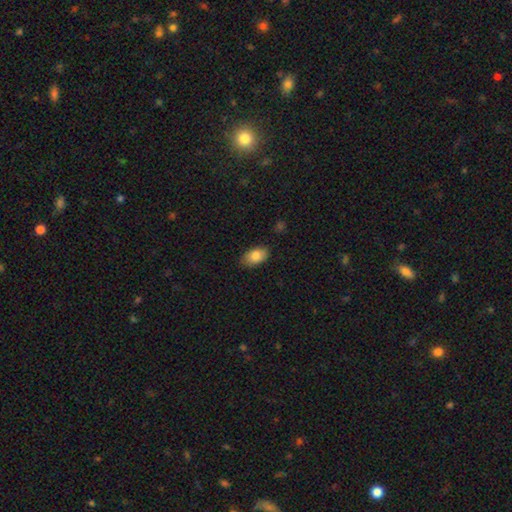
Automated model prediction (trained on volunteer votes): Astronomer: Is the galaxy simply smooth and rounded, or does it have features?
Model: smooth — 85%.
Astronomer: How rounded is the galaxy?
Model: in between — 92%.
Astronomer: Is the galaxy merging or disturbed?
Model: none — 83%.